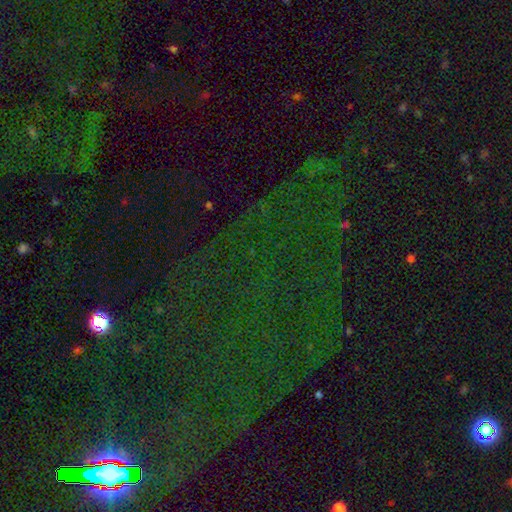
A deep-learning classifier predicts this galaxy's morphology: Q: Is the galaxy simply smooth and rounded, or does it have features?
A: star or artifact — 79%.